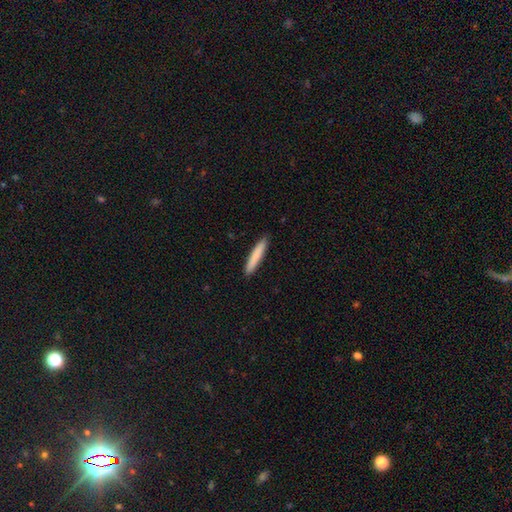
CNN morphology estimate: type=smooth (83%); roundness=cigar-shaped (93%); merging=none (91%).